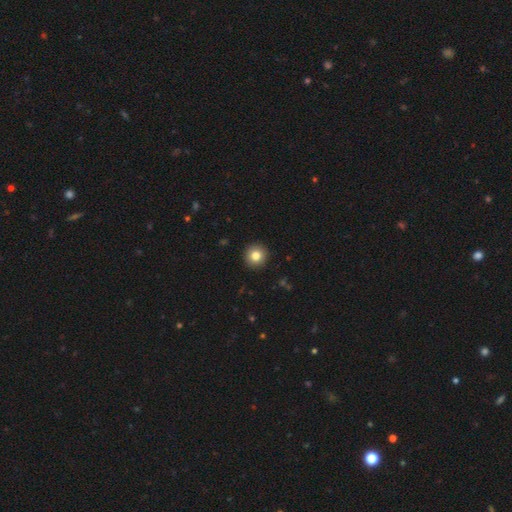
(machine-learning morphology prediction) A smooth galaxy with no disk features (82%) that is round (94%). Merging: none (93%).